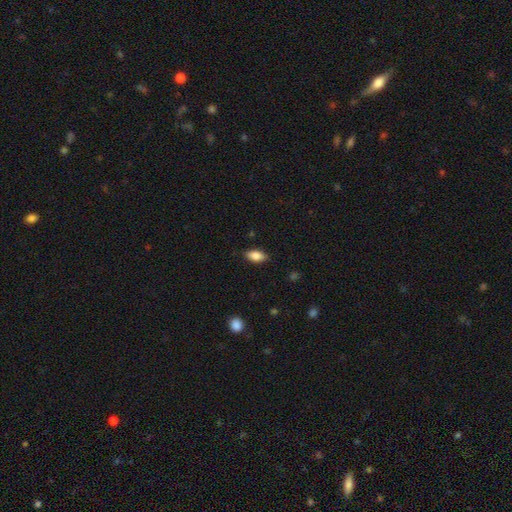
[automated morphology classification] Smooth or featured? Predicted: smooth (p=0.83). How rounded? Predicted: in between (p=0.88). Merging? Predicted: none (p=0.86).